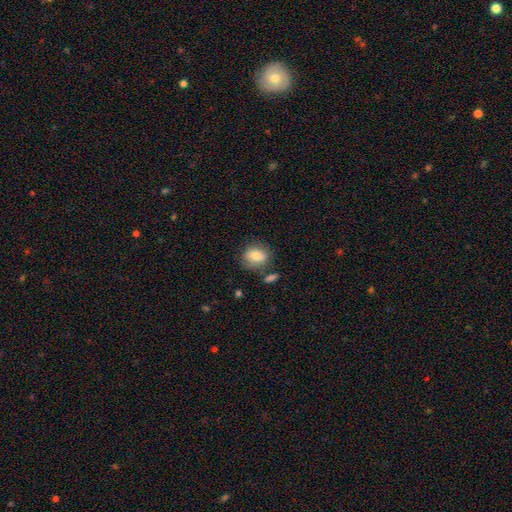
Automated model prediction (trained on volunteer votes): Overall: smooth (77%). How rounded: round (58%; in between 41%). Merging: none (72%).